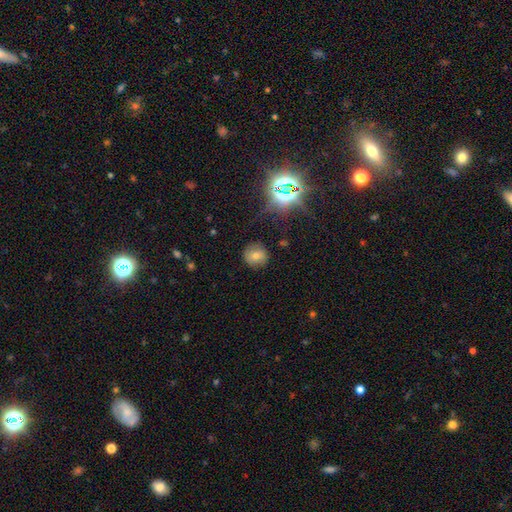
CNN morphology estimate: smooth_or_featured: smooth (p=0.43) [alt: star or artifact p=0.38]
merging: none (p=0.84) [alt: minor disturbance p=0.11]